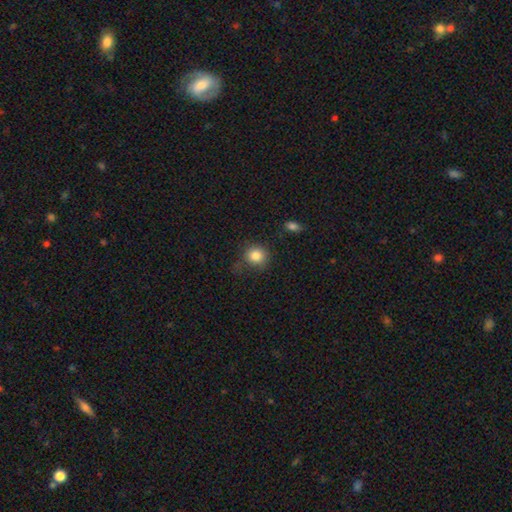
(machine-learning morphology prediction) Smooth or featured? smooth (84%)
How rounded? round (88%)
Merging? none (73%)